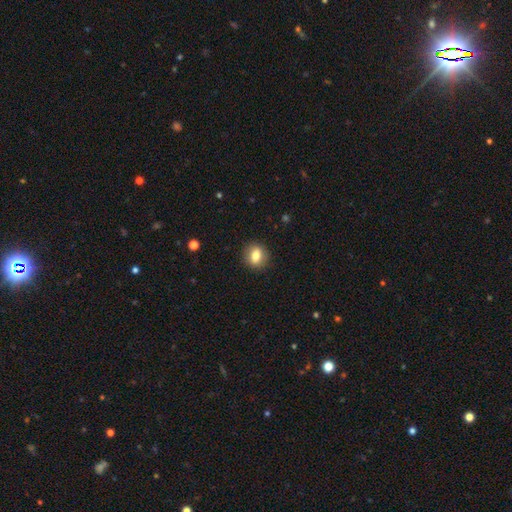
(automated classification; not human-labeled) Smooth or featured?
  - smooth: 78% *
  - featured or disk: 13%
  - star or artifact: 9%
How rounded?
  - round: 61% *
  - in between: 37%
  - cigar-shaped: 2%
Merging?
  - none: 89% *
  - minor disturbance: 8%
  - major disturbance: 2%
  - merger: 1%